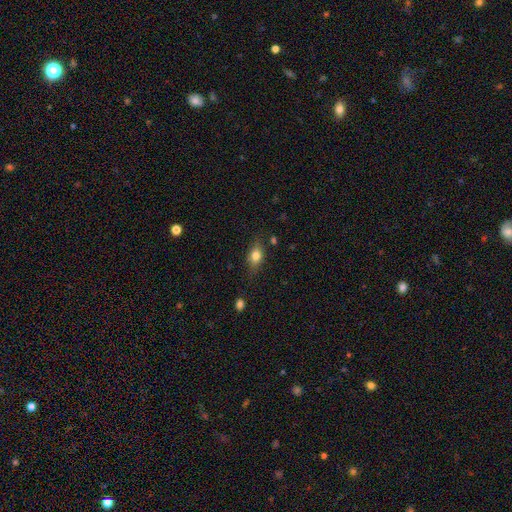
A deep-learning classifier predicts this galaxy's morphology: A smooth galaxy with no disk features (71%) that is in between round and cigar-shaped (73%). Merging: none (73%).